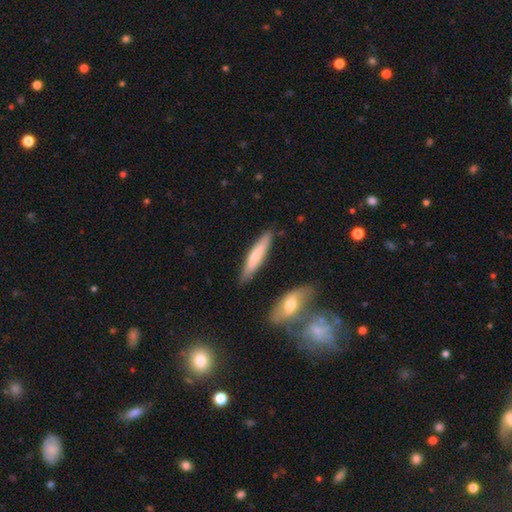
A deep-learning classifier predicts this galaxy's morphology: Overall: smooth (67%; featured or disk 28%). How rounded: cigar-shaped (87%). Merging: none (84%).